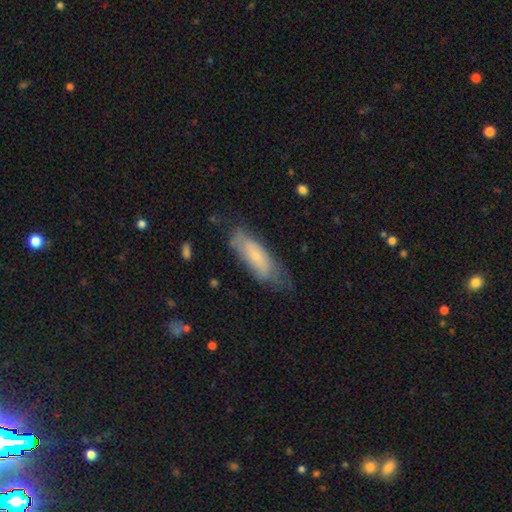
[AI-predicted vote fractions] Smooth or featured: smooth — 60% (featured or disk — 33%)
How rounded: in between — 56% (cigar-shaped — 42%)
Merging: none — 56% (minor disturbance — 30%)